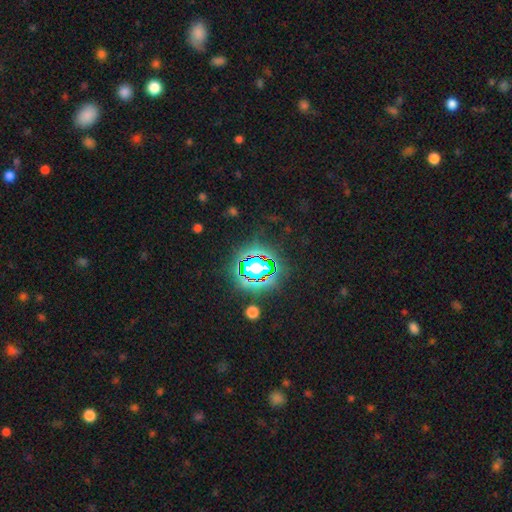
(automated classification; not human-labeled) Smooth or featured? star or artifact (83%)